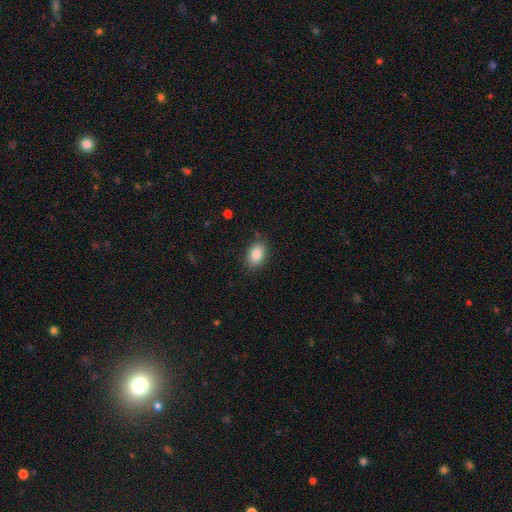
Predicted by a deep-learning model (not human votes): The model was most divided on "merging": none: 82%, minor disturbance: 13%, major disturbance: 3%, merger: 1%. More confident: smooth or featured — smooth (87%); how rounded — in between (86%).